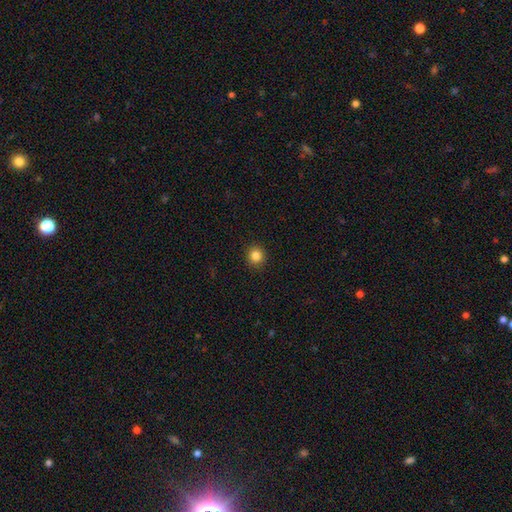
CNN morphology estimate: This appears to be a smooth galaxy with no disk features (84%) that is round (90%). Merging: none (92%).